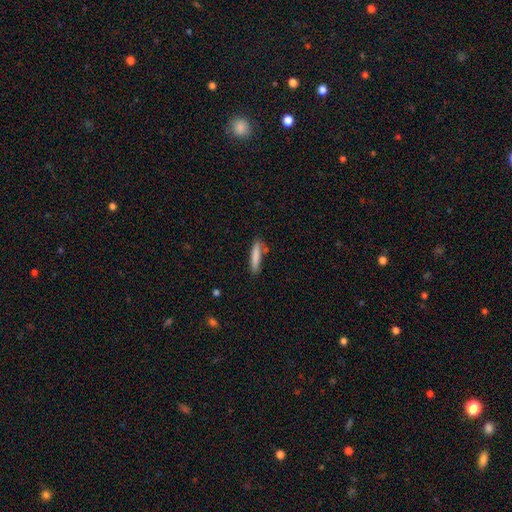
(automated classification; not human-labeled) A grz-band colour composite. It shows a smooth galaxy with no disk features (83%) that is cigar-shaped (87%). Merging: none (78%).